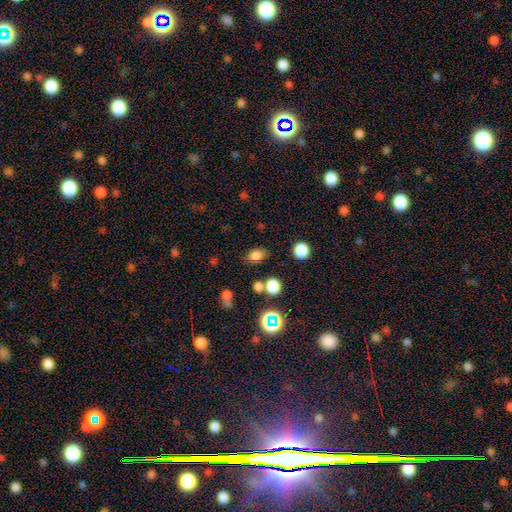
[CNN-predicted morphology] smooth_or_featured: smooth (p=0.78) [alt: star or artifact p=0.15]
how_rounded: in between (p=0.73) [alt: round p=0.25]
merging: none (p=0.74) [alt: minor disturbance p=0.15]